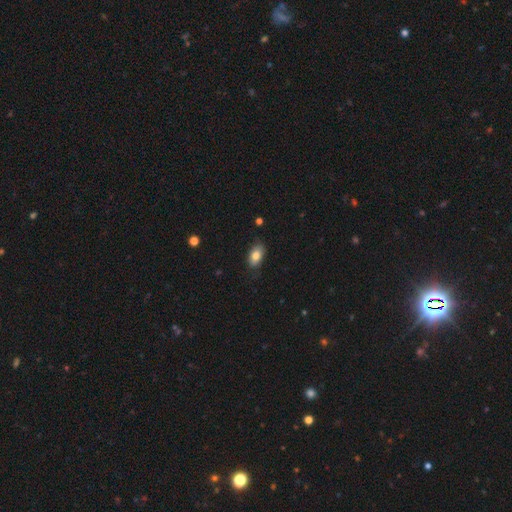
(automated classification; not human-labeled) Smooth or featured?
  - smooth: 81% *
  - featured or disk: 12%
  - star or artifact: 8%
How rounded?
  - in between: 90% *
  - round: 7%
  - cigar-shaped: 2%
Merging?
  - none: 78% *
  - minor disturbance: 17%
  - major disturbance: 3%
  - merger: 1%